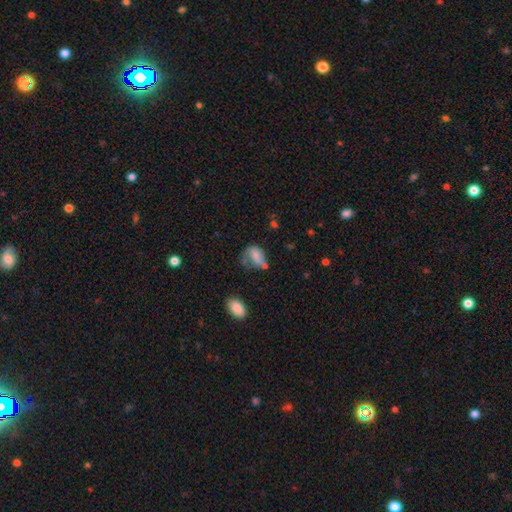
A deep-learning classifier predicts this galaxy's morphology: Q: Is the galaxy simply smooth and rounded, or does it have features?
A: smooth — 65%.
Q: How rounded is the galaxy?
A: in between — 74%.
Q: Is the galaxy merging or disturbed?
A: major disturbance — 32%.